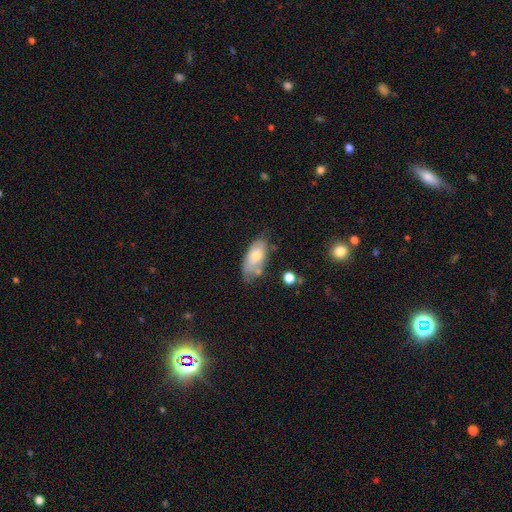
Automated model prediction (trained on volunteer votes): smooth 67%, featured or disk 26%, star or artifact 7%. Down the decision tree: how rounded — in between (90%); merging — none (49%).